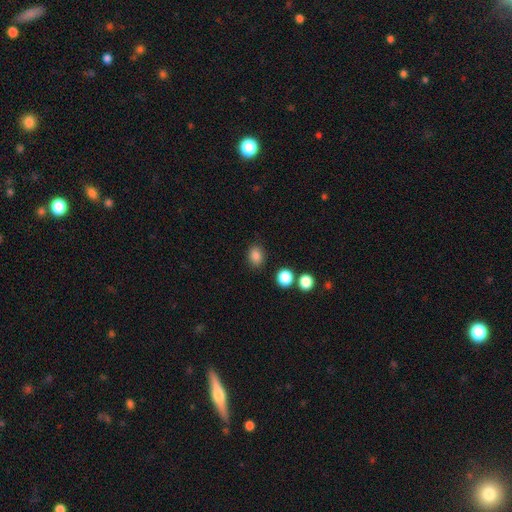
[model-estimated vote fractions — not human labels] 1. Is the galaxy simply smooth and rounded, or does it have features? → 84% smooth, 11% star or artifact, 4% featured or disk.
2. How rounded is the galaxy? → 59% in between, 40% round, 1% cigar-shaped.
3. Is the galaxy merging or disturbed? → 85% none, 9% minor disturbance, 3% merger, 3% major disturbance.